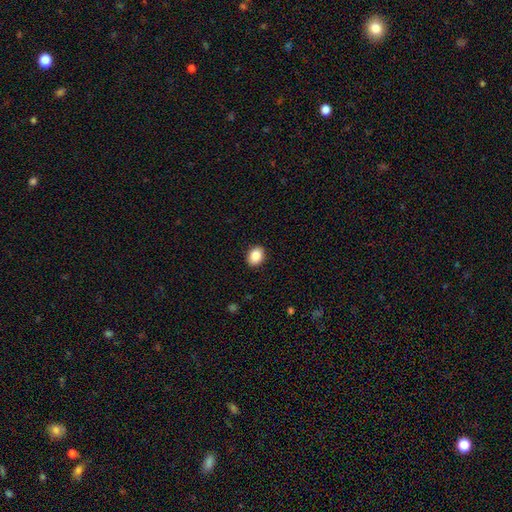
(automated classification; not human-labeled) Overall: smooth (88%). How rounded: in between (69%; round 30%). Merging: none (90%).